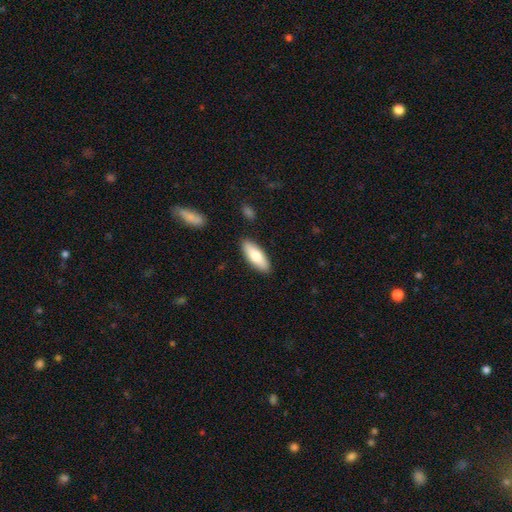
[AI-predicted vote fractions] smooth-or-featured: smooth: 77% | featured or disk: 18% | star or artifact: 6%
  how-rounded: in between: 65% | cigar-shaped: 33% | round: 2%
  merging: none: 87% | minor disturbance: 9% | major disturbance: 2% | merger: 2%